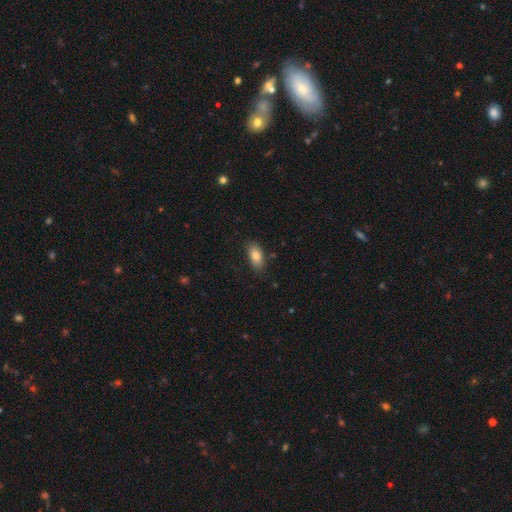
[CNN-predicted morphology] type=smooth (83%); roundness=in between (91%); merging=none (80%).